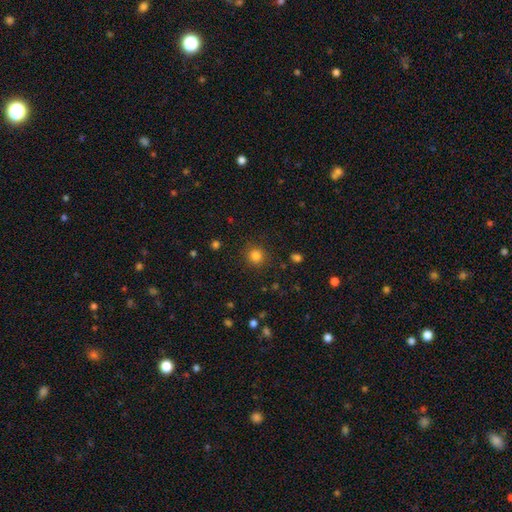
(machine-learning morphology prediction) Overall: smooth (82%). How rounded: round (91%). Merging: none (89%).